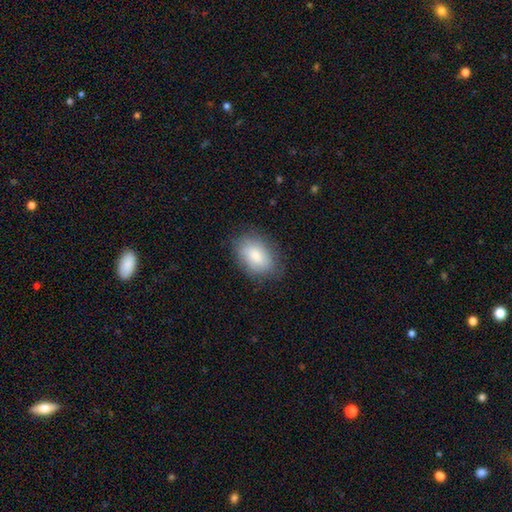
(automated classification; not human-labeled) A smooth galaxy with no disk features (81%) that is in between round and cigar-shaped (87%).

Vote fractions:
- Smooth or featured? smooth: 81% / featured or disk: 12% / star or artifact: 7%
- How rounded? in between: 87% / round: 12% / cigar-shaped: 1%
- Merging? none: 77% / minor disturbance: 17% / major disturbance: 5% / merger: 1%